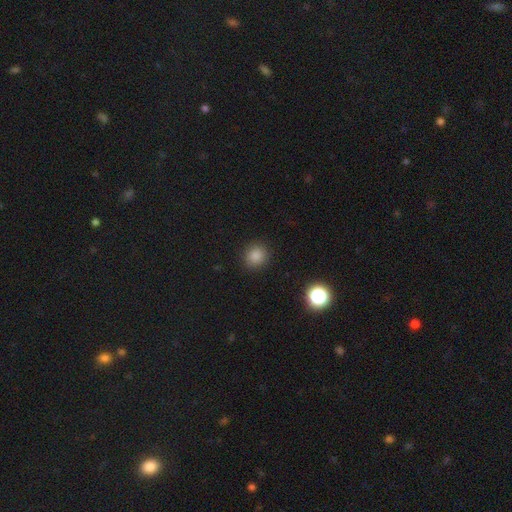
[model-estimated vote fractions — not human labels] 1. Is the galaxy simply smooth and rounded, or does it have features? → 84% smooth, 13% star or artifact, 4% featured or disk.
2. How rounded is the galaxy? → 88% round, 11% in between, 1% cigar-shaped.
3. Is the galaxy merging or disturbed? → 90% none, 6% minor disturbance, 2% major disturbance, 1% merger.